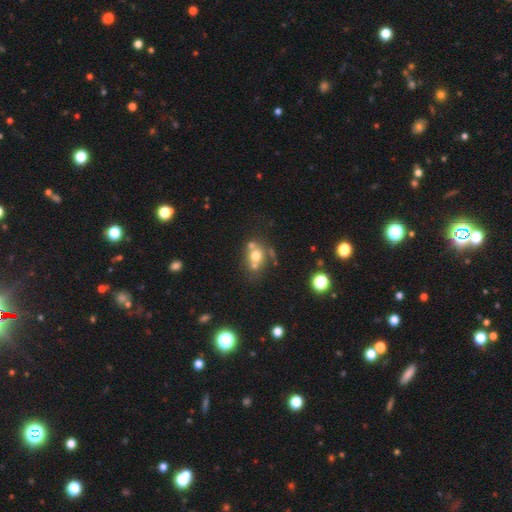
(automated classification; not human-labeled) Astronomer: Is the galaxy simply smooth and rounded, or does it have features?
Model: smooth — 60%.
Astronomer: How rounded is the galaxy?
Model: round — 65%.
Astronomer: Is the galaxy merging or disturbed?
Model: none — 43% (runner-up: merger, 39%).